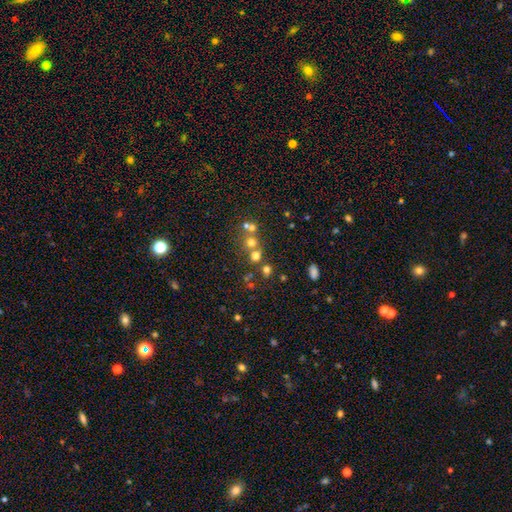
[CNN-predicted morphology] Smooth or featured?
  - smooth: 63% *
  - star or artifact: 23%
  - featured or disk: 14%
How rounded?
  - round: 84% *
  - in between: 15%
  - cigar-shaped: 1%
Merging?
  - none: 55% *
  - merger: 34%
  - minor disturbance: 7%
  - major disturbance: 4%